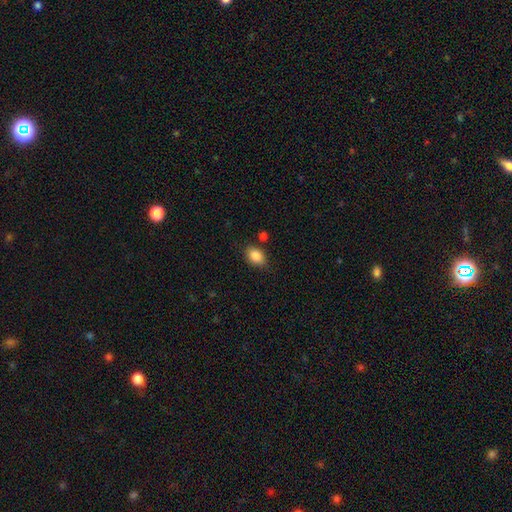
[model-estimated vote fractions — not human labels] This appears to be a smooth galaxy with no disk features (86%) that is in between round and cigar-shaped (75%). Merging: none (78%).